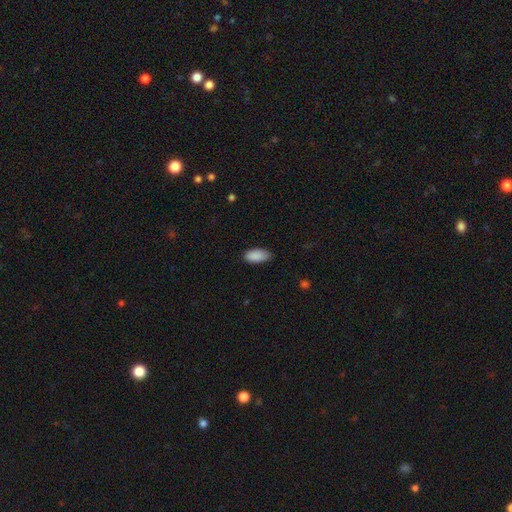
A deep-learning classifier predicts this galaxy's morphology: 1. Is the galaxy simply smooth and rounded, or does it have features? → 90% smooth, 7% star or artifact, 4% featured or disk.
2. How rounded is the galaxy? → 91% in between, 7% cigar-shaped, 2% round.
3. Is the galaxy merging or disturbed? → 79% none, 17% minor disturbance, 3% major disturbance, 1% merger.